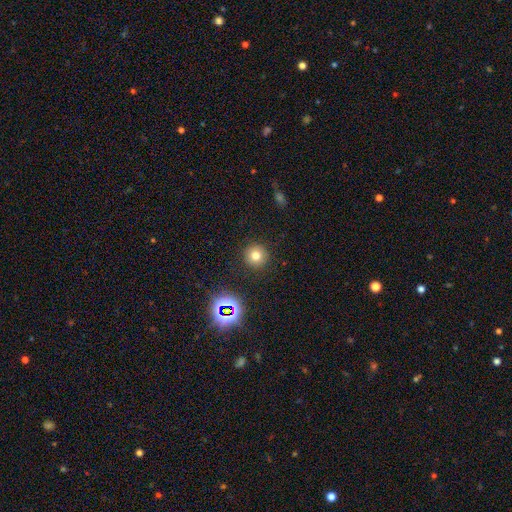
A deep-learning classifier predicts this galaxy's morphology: Smooth or featured? smooth (73%)
How rounded? round (95%)
Merging? none (90%)